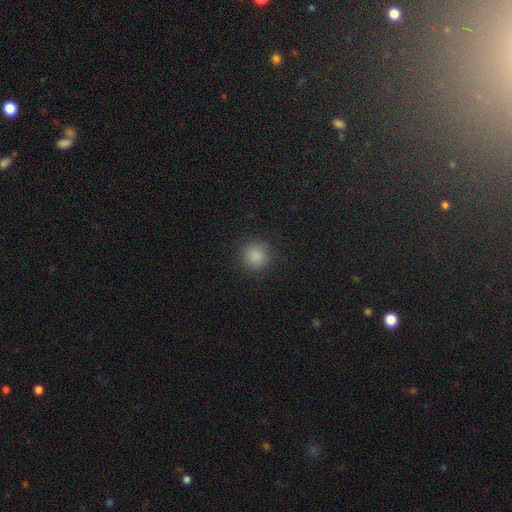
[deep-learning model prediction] Q: Smooth or featured?
A: smooth (86%); runner-up: star or artifact (11%)
Q: How rounded?
A: round (93%); runner-up: in between (6%)
Q: Merging?
A: none (90%); runner-up: minor disturbance (7%)